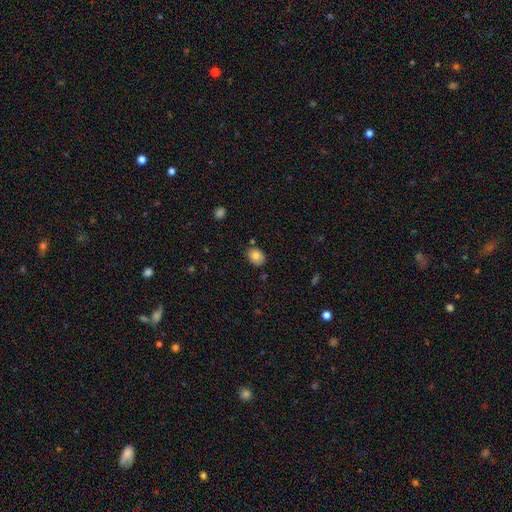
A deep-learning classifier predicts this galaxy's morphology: A smooth galaxy with no disk features (79%) that is in between round and cigar-shaped (52%). Merging: none (80%).